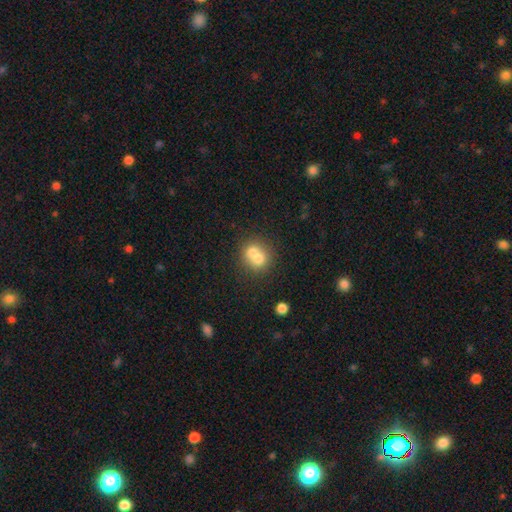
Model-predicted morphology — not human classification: Overall: smooth (69%). How rounded: round (80%). Merging: merger (61%; none 30%).